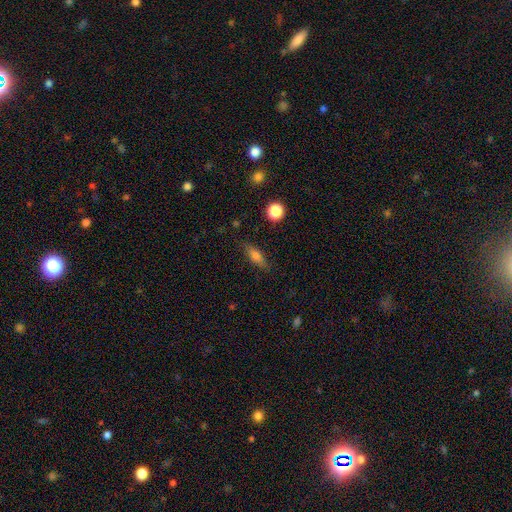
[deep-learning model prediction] This is likely a smooth galaxy (66%). How rounded: possibly in between (50%). Merging: clearly none (80%).